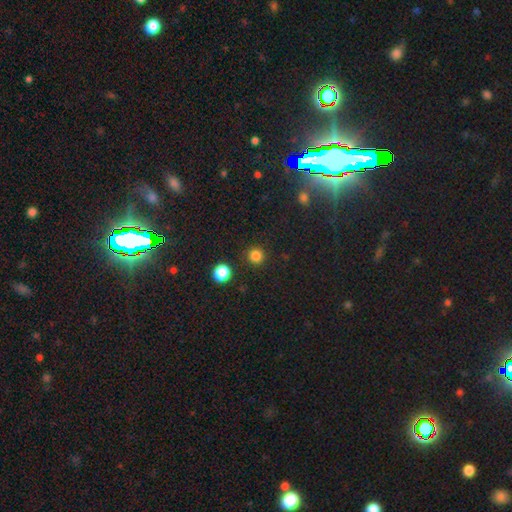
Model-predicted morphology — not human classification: Q: Smooth or featured?
A: smooth (83%); runner-up: star or artifact (14%)
Q: How rounded?
A: round (95%); runner-up: in between (4%)
Q: Merging?
A: none (91%); runner-up: minor disturbance (5%)